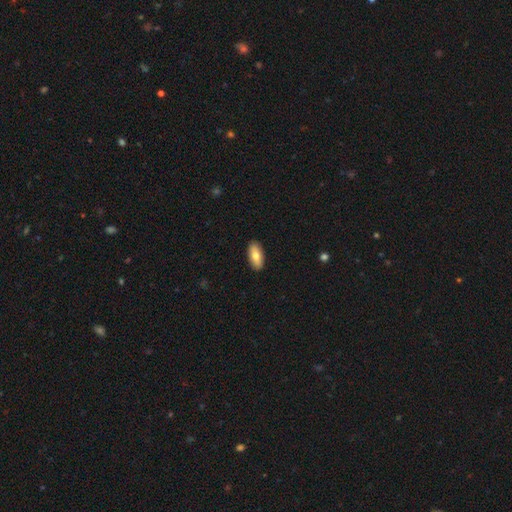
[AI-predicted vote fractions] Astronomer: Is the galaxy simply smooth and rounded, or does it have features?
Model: smooth — 75%.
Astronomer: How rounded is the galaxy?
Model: in between — 88%.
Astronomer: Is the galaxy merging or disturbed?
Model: none — 90%.